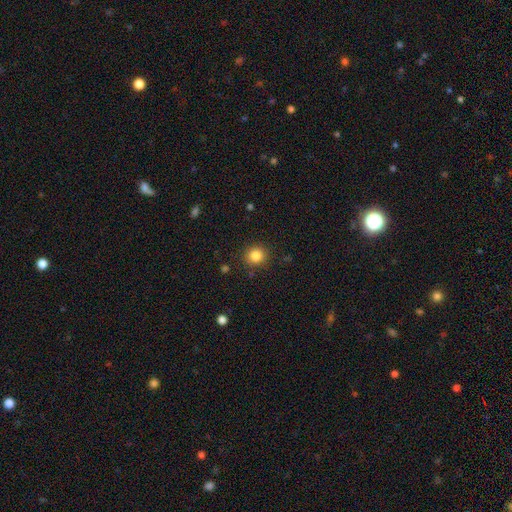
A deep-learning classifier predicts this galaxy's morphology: Smooth or featured?
  - smooth: 84% *
  - star or artifact: 11%
  - featured or disk: 5%
How rounded?
  - round: 87% *
  - in between: 12%
  - cigar-shaped: 1%
Merging?
  - none: 89% *
  - minor disturbance: 7%
  - major disturbance: 3%
  - merger: 1%